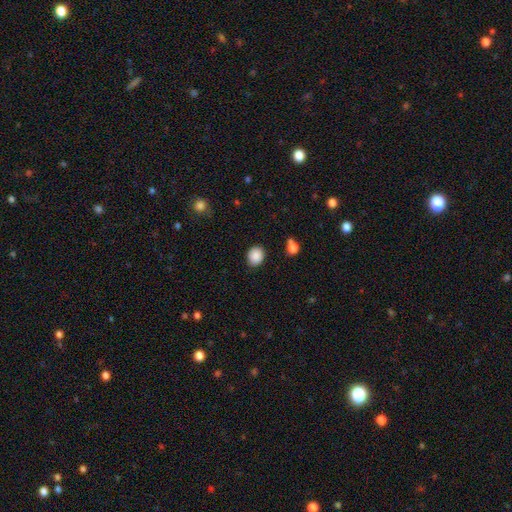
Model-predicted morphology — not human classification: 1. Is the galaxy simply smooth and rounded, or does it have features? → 88% smooth, 9% star or artifact, 3% featured or disk.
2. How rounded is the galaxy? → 64% round, 35% in between, 1% cigar-shaped.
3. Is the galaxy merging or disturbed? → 85% none, 10% minor disturbance, 3% major disturbance, 2% merger.